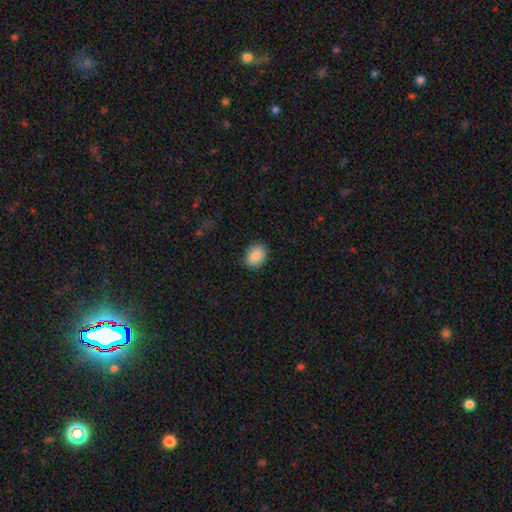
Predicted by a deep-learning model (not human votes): Smooth or featured? smooth (88%)
How rounded? in between (56%)
Merging? none (87%)